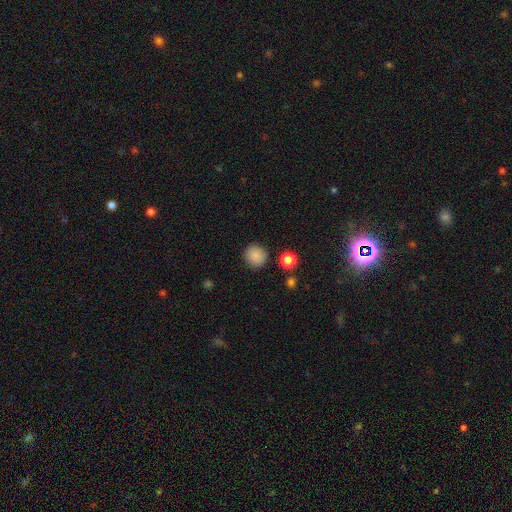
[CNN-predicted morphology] Smooth or featured: smooth — 87% (star or artifact — 10%)
How rounded: round — 93% (in between — 6%)
Merging: none — 89% (minor disturbance — 7%)